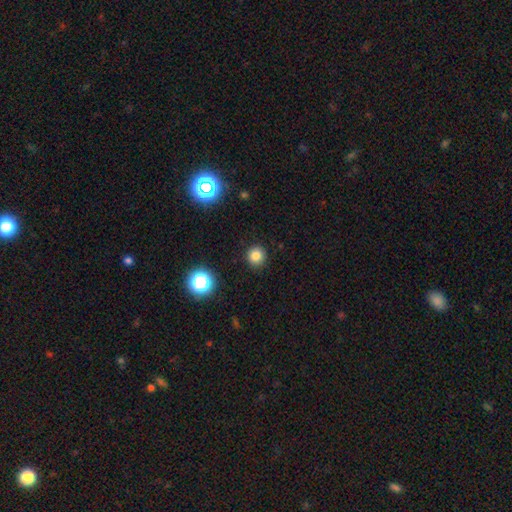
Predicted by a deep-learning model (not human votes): Morphology: type=smooth (81%); roundness=round (93%); merging=none (91%).